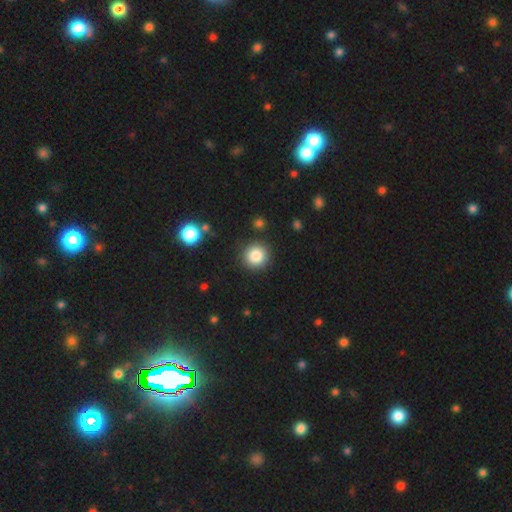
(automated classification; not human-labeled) Smooth or featured: smooth — 85% (star or artifact — 10%)
How rounded: round — 94% (in between — 5%)
Merging: none — 89% (minor disturbance — 6%)